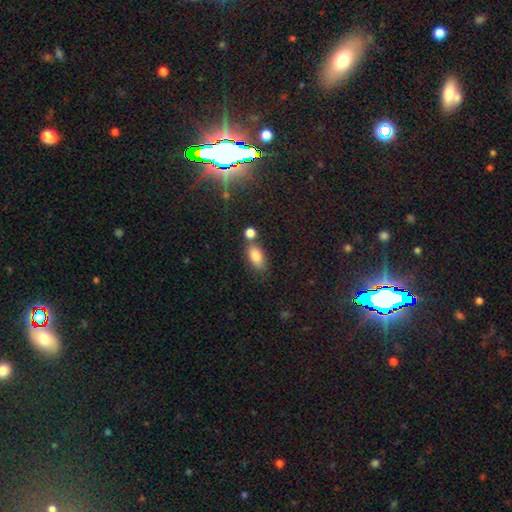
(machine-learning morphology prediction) A smooth galaxy with no disk features (83%) that is in between round and cigar-shaped (87%).

Vote fractions:
- Smooth or featured? smooth: 83% / star or artifact: 9% / featured or disk: 7%
- How rounded? in between: 87% / round: 6% / cigar-shaped: 6%
- Merging? none: 61% / merger: 19% / minor disturbance: 15% / major disturbance: 5%